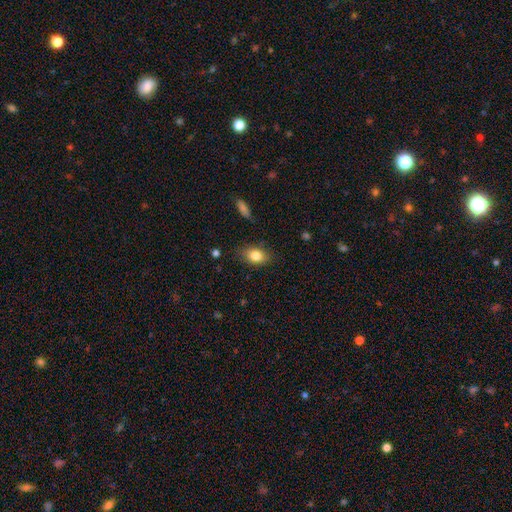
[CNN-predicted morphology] This appears to be a smooth galaxy with no disk features (83%) that is in between round and cigar-shaped (81%). Merging: none (81%).